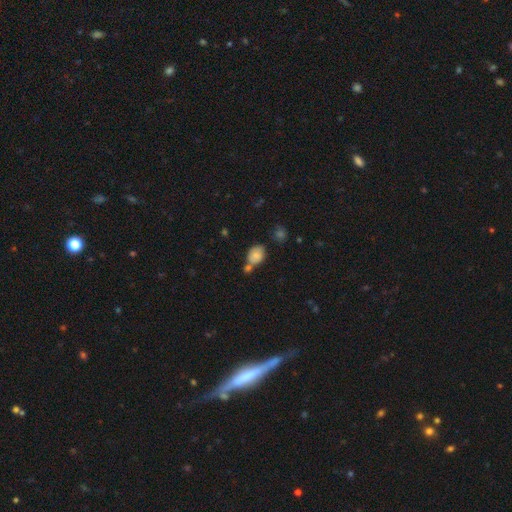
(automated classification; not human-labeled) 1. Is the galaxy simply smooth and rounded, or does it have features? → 80% smooth, 11% featured or disk, 9% star or artifact.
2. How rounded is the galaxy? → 61% in between, 37% round, 1% cigar-shaped.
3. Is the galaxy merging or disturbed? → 42% none, 37% merger, 16% minor disturbance, 5% major disturbance.